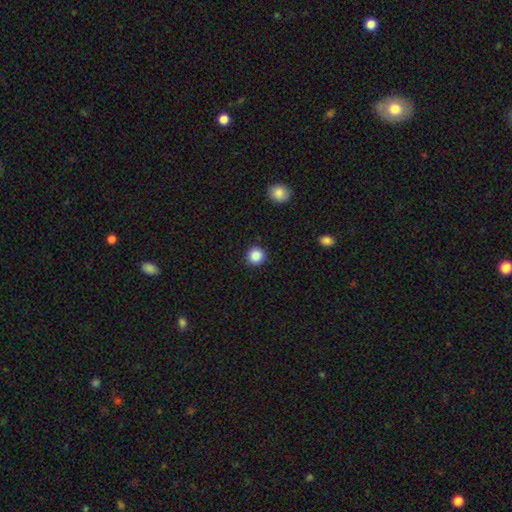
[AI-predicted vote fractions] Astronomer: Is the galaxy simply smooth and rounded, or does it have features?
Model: smooth — 87%.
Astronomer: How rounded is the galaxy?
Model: round — 95%.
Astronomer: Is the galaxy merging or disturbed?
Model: none — 92%.